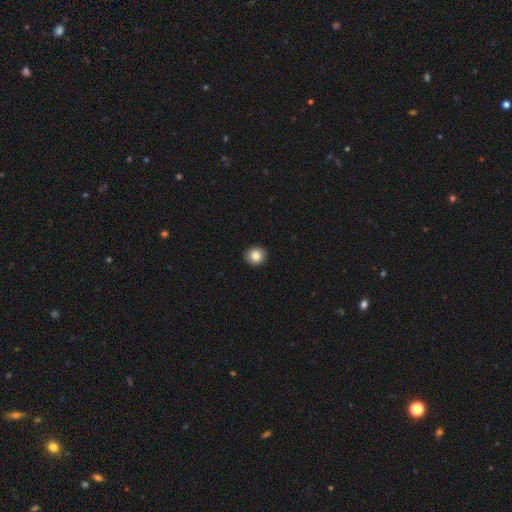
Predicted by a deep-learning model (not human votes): Smooth or featured?
  - smooth: 85% *
  - star or artifact: 9%
  - featured or disk: 6%
How rounded?
  - round: 87% *
  - in between: 12%
  - cigar-shaped: 1%
Merging?
  - none: 93% *
  - minor disturbance: 5%
  - major disturbance: 1%
  - merger: 1%